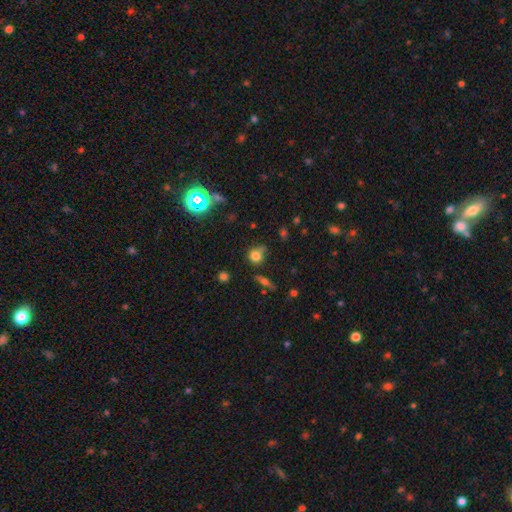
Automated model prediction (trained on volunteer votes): Smooth or featured: smooth — 72% (star or artifact — 17%)
How rounded: round — 77% (in between — 21%)
Merging: none — 59% (minor disturbance — 23%)